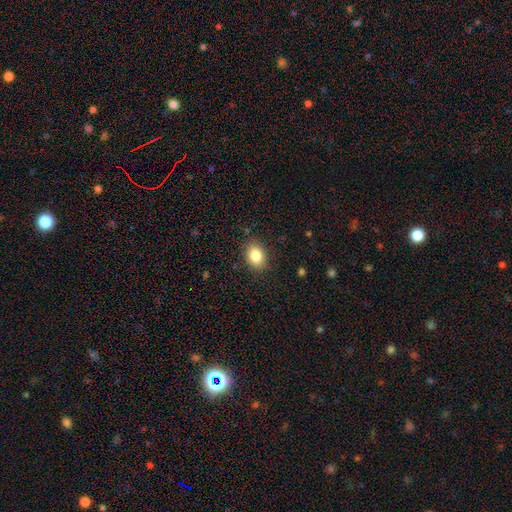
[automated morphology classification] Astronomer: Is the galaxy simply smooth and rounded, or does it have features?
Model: smooth — 83%.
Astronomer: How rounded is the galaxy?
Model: in between — 66%.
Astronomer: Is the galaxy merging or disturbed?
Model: none — 87%.